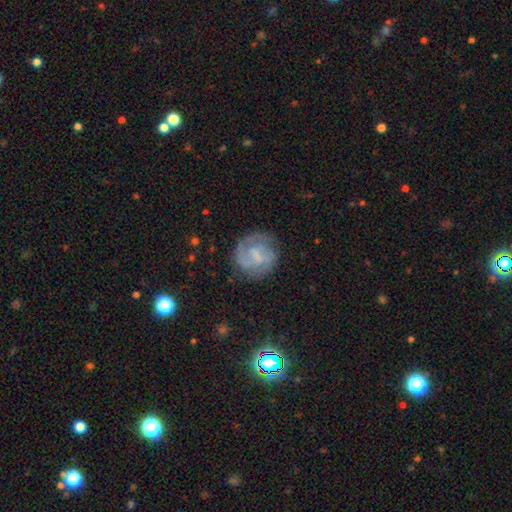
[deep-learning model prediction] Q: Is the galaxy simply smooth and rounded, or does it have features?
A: featured or disk — 58%.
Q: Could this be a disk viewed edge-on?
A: no — 98%.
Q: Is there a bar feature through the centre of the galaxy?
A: weak — 49%.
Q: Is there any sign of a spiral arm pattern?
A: yes — 74%.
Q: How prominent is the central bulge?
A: none — 43%.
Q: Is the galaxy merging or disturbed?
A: none — 68%.